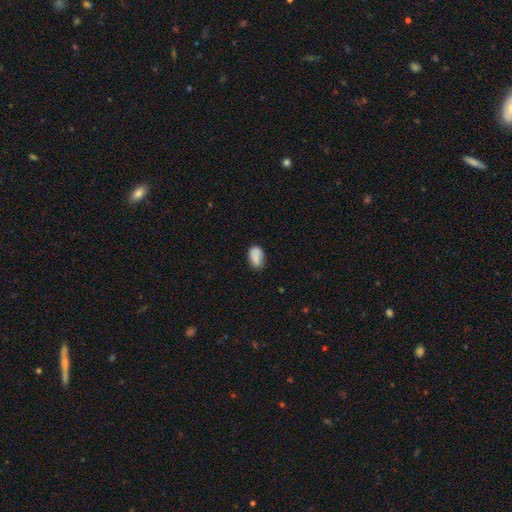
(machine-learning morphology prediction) smooth 84%, featured or disk 8%, star or artifact 8%. Down the decision tree: how rounded — in between (86%); merging — none (71%).